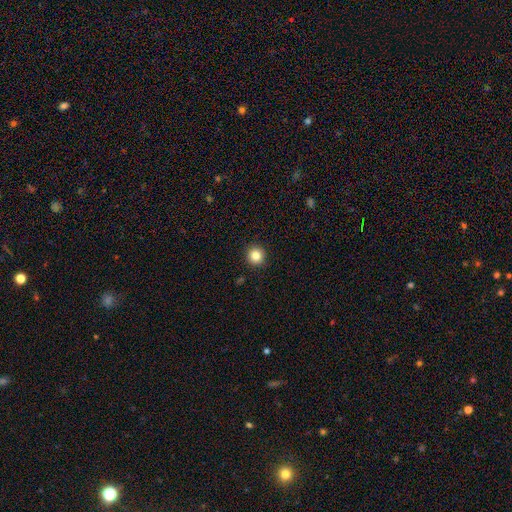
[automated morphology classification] Overall: smooth (83%). How rounded: round (94%). Merging: none (92%).